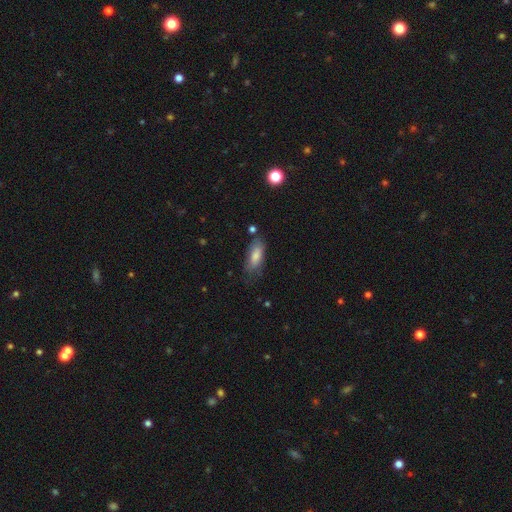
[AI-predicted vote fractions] Smooth or featured?
  - smooth: 79% *
  - featured or disk: 14%
  - star or artifact: 7%
How rounded?
  - in between: 77% *
  - cigar-shaped: 21%
  - round: 2%
Merging?
  - none: 62% *
  - minor disturbance: 26%
  - major disturbance: 8%
  - merger: 4%